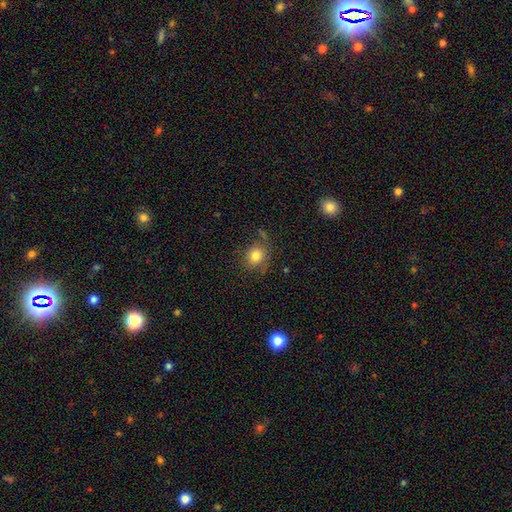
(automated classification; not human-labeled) Smooth or featured? Predicted: smooth (p=0.80). How rounded? Predicted: round (p=0.75). Merging? Predicted: none (p=0.75).